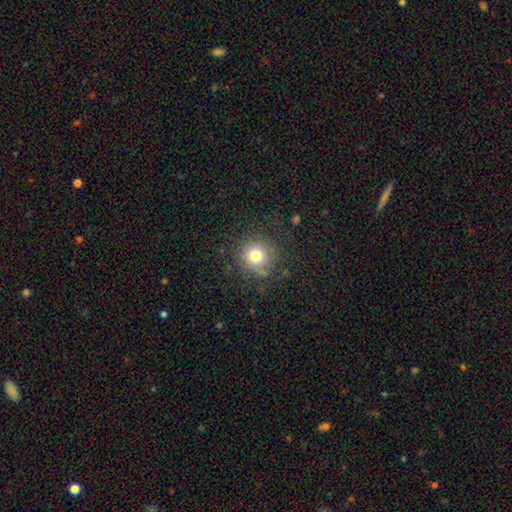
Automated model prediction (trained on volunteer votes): Smooth or featured? Predicted: smooth (p=0.74). How rounded? Predicted: round (p=0.92). Merging? Predicted: none (p=0.76).